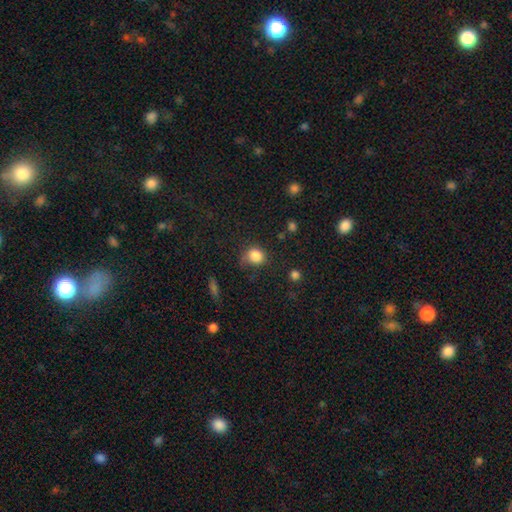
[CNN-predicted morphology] Smooth or featured? smooth (84%)
How rounded? round (74%)
Merging? none (57%)